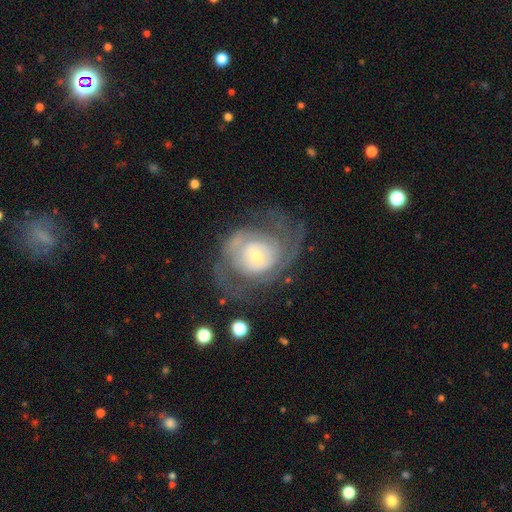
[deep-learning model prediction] Smooth or featured? Predicted: featured or disk (p=0.77). Edge-on disk? Predicted: no (p=0.97). Bar? Predicted: no (p=0.68). Spiral arms? Predicted: yes (p=0.82). Spiral winding? Predicted: tight (p=0.52). Spiral arm count? Predicted: 2 (p=0.40). Bulge size? Predicted: small (p=0.52). Merging? Predicted: none (p=0.55).